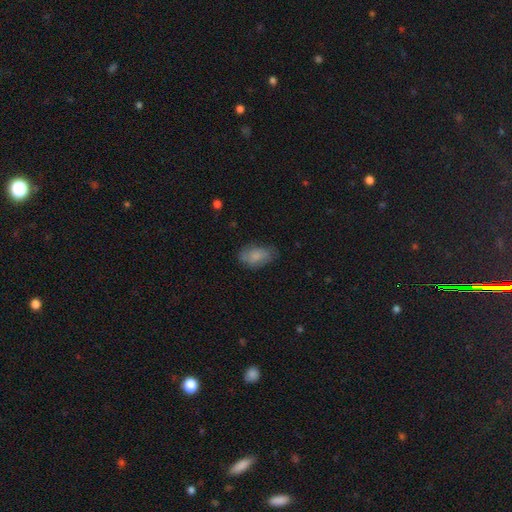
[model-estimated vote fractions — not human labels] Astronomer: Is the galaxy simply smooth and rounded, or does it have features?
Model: smooth — 78%.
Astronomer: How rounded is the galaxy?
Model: in between — 92%.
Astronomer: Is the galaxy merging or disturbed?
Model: none — 70%.